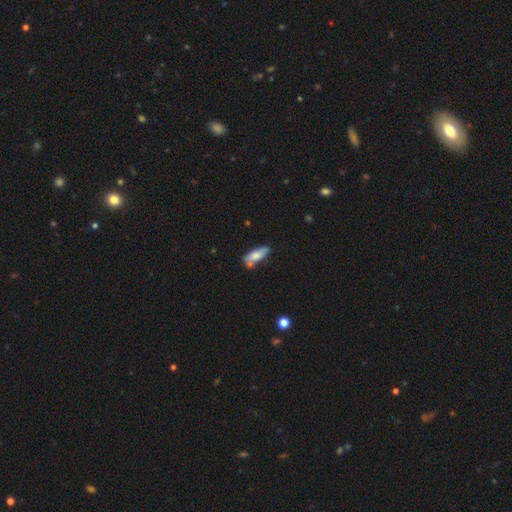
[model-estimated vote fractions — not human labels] Overall: smooth (70%). How rounded: in between (70%). Merging: none (51%; minor disturbance 25%).